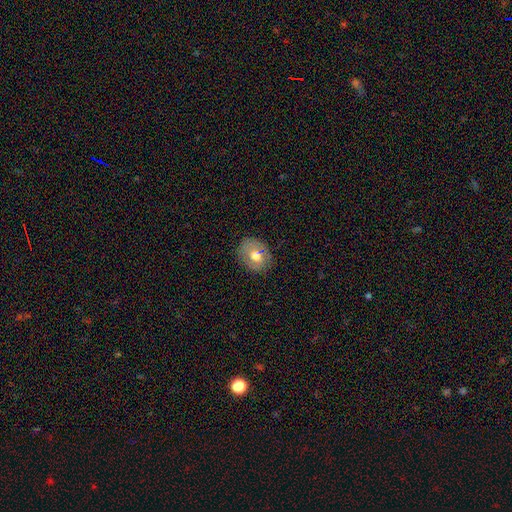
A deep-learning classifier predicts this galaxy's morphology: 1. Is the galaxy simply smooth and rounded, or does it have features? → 64% smooth, 27% featured or disk, 8% star or artifact.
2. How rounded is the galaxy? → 51% in between, 48% round, 1% cigar-shaped.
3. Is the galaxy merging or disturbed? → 79% none, 15% minor disturbance, 4% major disturbance, 1% merger.